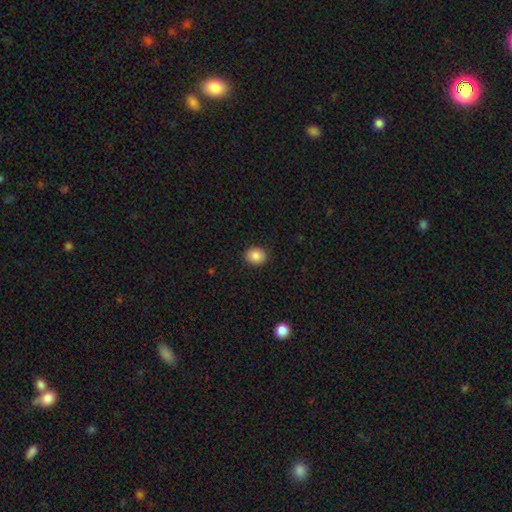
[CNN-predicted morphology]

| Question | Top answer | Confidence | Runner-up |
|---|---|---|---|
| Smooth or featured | smooth | 86% | star or artifact (9%) |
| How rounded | round | 65% | in between (34%) |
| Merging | none | 90% | minor disturbance (7%) |